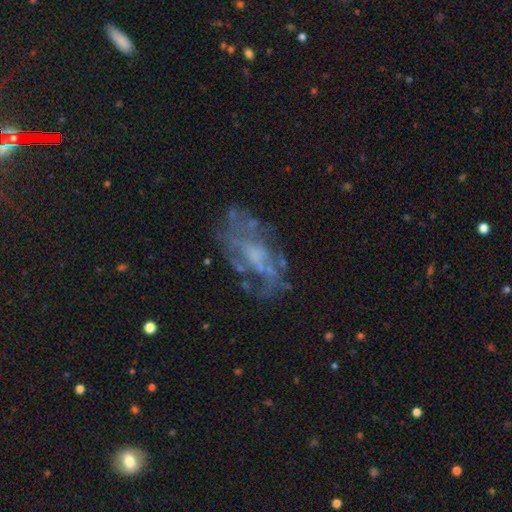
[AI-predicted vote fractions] smooth_or_featured: featured or disk (p=0.70) [alt: smooth p=0.18]
disk_edge_on: no (p=0.94) [alt: yes p=0.06]
bar: no (p=0.67) [alt: weak p=0.27]
has_spiral_arms: no (p=0.54) [alt: yes p=0.46]
bulge_size: none (p=0.41) [alt: small p=0.27]
merging: none (p=0.55) [alt: major disturbance p=0.21]